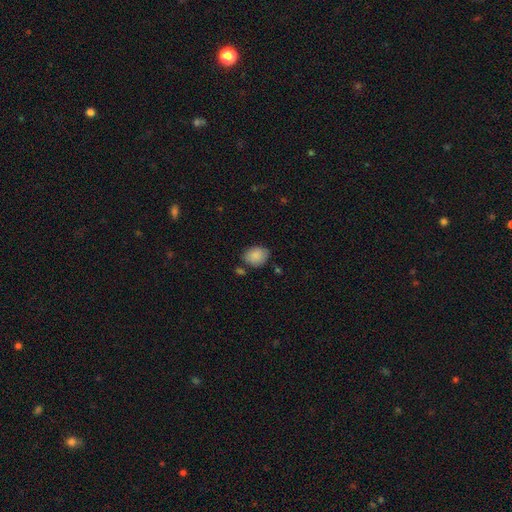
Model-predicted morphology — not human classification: A smooth galaxy with no disk features (87%) that is in between round and cigar-shaped (61%). Merging: none (69%).